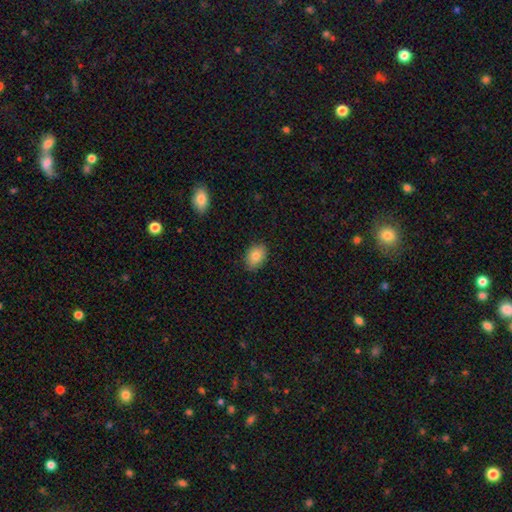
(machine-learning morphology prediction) Smooth or featured? smooth (84%)
How rounded? in between (80%)
Merging? none (86%)